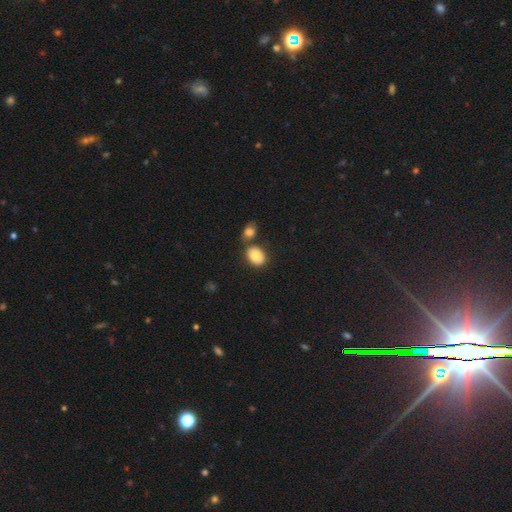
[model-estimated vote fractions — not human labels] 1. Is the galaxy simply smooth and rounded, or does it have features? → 84% smooth, 8% featured or disk, 8% star or artifact.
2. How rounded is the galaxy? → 76% in between, 23% round, 1% cigar-shaped.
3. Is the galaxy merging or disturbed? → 62% none, 22% merger, 13% minor disturbance, 4% major disturbance.